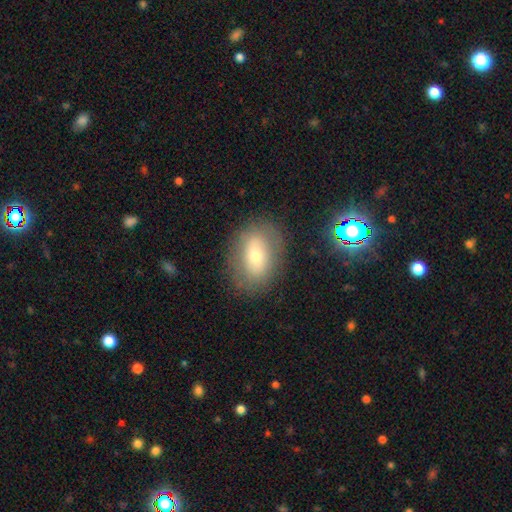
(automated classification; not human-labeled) Q: Smooth or featured?
A: smooth (59%); runner-up: featured or disk (30%)
Q: How rounded?
A: in between (78%); runner-up: round (20%)
Q: Merging?
A: none (80%); runner-up: minor disturbance (13%)